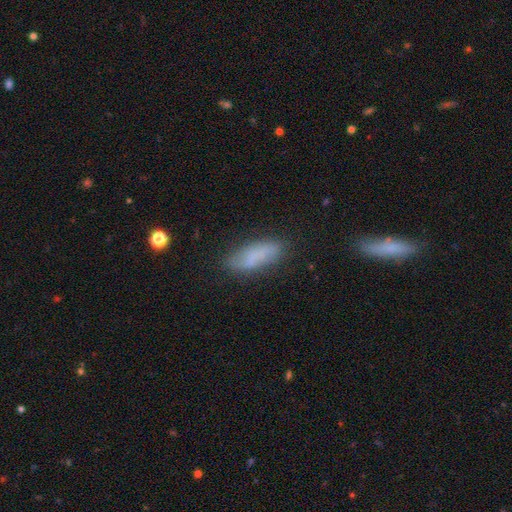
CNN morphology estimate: The model was most divided on "how rounded": in between: 60%, cigar-shaped: 37%, round: 2%. More confident: merging — none (72%); smooth or featured — smooth (72%).